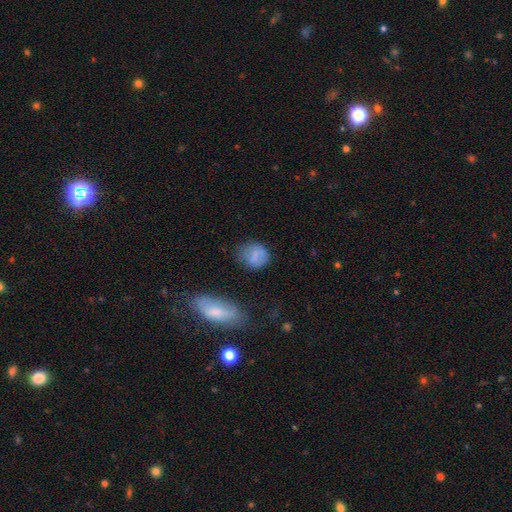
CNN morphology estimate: A smooth galaxy with no disk features (73%) that is round (64%). Merging: none (63%).